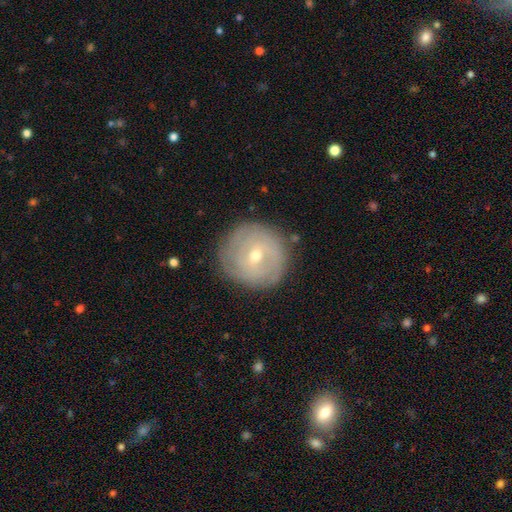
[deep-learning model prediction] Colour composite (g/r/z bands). It shows a featured or disk galaxy (67%) with a weak bar (49%), spiral arms (78%) and a small central bulge (57%). Merging: none (85%).